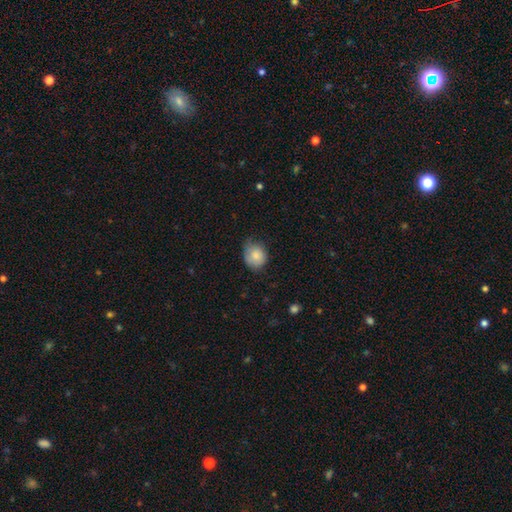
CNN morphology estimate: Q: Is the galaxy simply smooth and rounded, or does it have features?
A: smooth — 82%.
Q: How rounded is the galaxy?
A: round — 65%.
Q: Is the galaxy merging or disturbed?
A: none — 56%.